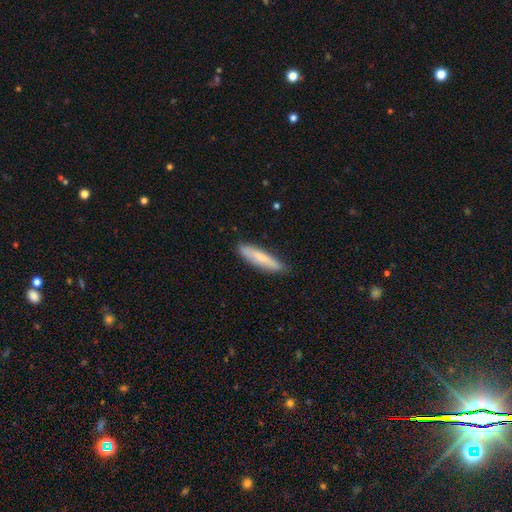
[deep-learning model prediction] Smooth or featured: smooth — 65% (featured or disk — 27%)
How rounded: cigar-shaped — 86% (in between — 13%)
Merging: none — 88% (minor disturbance — 9%)